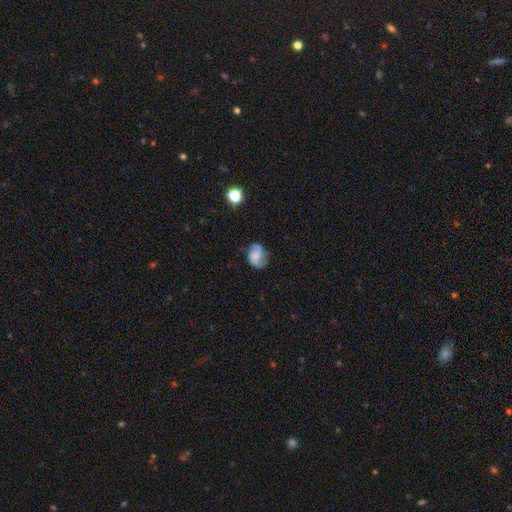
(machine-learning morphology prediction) smooth-or-featured: featured or disk: 52% | smooth: 39% | star or artifact: 9%
  disk-edge-on: no: 97% | yes: 3%
    bar: no: 63% | weak: 31% | strong: 6%
    has-spiral-arms: yes: 90% | no: 10%
    bulge-size: small: 31% (tied) | none: 31% (tied) | moderate: 27% | large: 9% | dominant: 2%
  merging: none: 67% | minor disturbance: 24% | major disturbance: 8% | merger: 2%